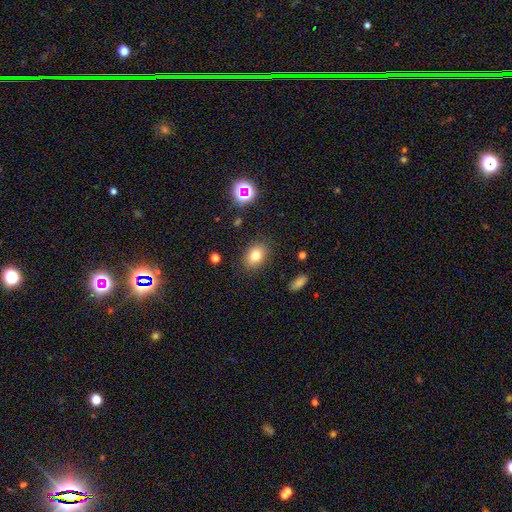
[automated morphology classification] smooth-or-featured: smooth: 78% | star or artifact: 12% | featured or disk: 10%
  how-rounded: in between: 70% | round: 29% | cigar-shaped: 1%
  merging: none: 86% | minor disturbance: 10% | major disturbance: 3% | merger: 2%